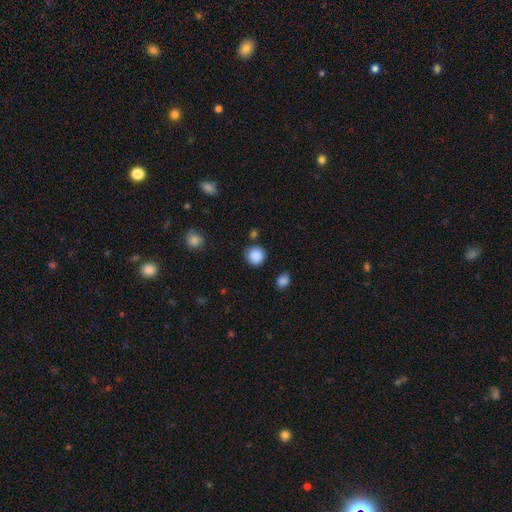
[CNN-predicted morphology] A smooth galaxy with no disk features (87%) that is round (93%). Merging: none (85%).